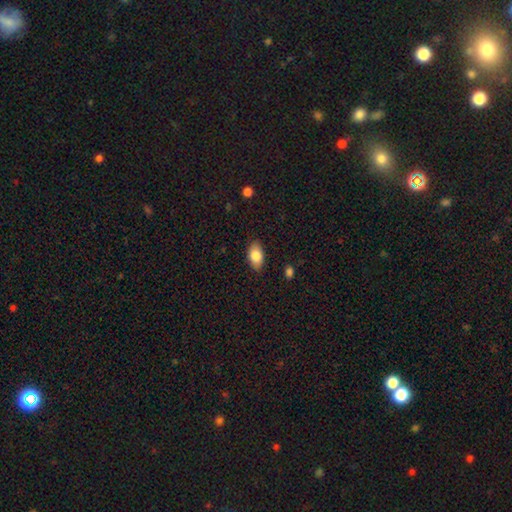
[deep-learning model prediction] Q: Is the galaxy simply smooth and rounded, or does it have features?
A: smooth — 82%.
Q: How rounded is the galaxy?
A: in between — 92%.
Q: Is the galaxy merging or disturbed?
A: none — 86%.